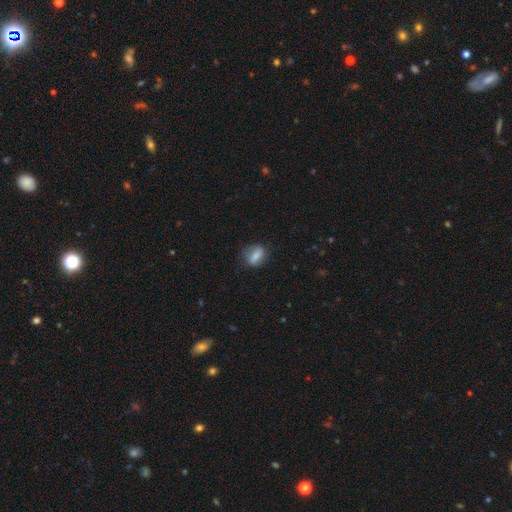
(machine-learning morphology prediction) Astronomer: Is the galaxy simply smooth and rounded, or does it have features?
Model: smooth — 72%.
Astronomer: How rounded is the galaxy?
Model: in between — 67%.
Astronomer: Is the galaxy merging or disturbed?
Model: none — 73%.